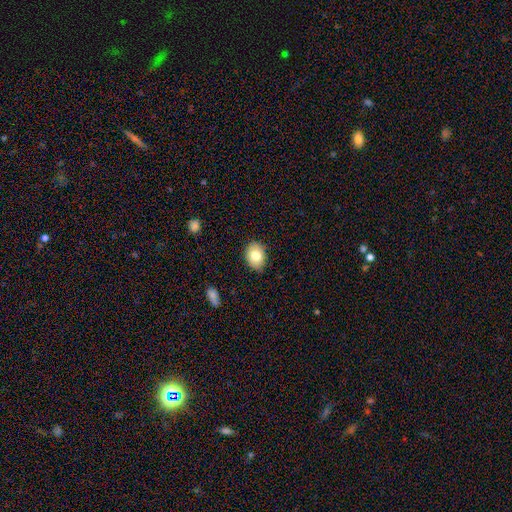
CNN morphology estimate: Smooth or featured: smooth — 80% (featured or disk — 12%)
How rounded: in between — 66% (round — 33%)
Merging: none — 85% (minor disturbance — 11%)